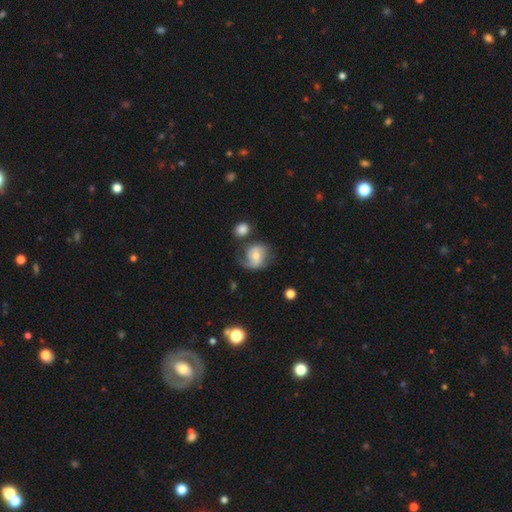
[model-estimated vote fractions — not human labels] A featured or disk galaxy (63%) with no bar (50%), 2 (53%) medium (40%) spiral arms (88%) and a moderate central bulge (48%). Merging: none (50%).